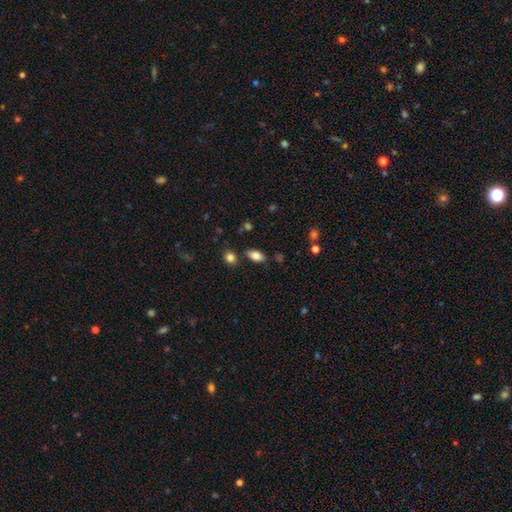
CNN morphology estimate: This is clearly a smooth galaxy (83%). How rounded: clearly in between (91%). Merging: clearly none (81%).